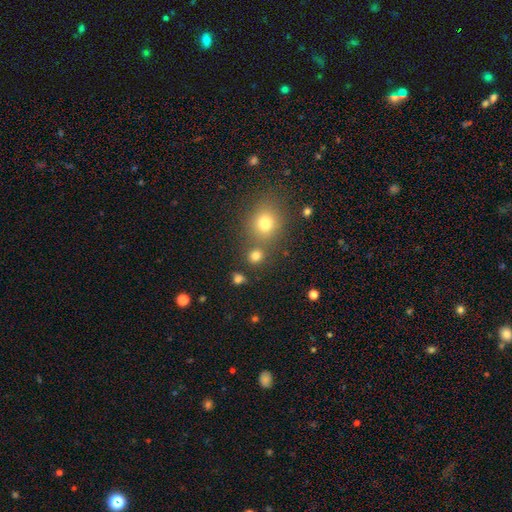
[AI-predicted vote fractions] A smooth galaxy with no disk features (78%) that is round (84%). Merging: none (74%).